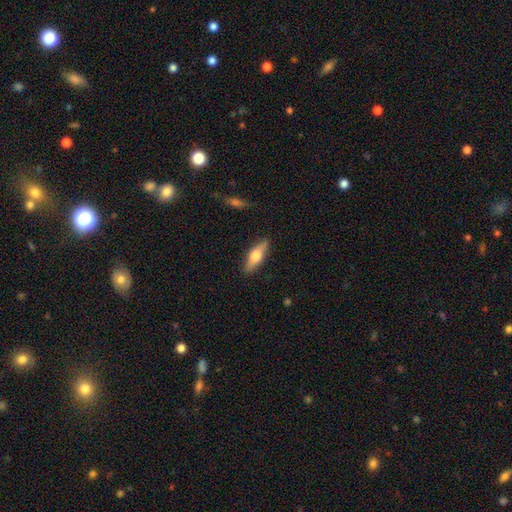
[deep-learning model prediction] This appears to be a smooth galaxy with no disk features (57%) that is in between round and cigar-shaped (54%). Merging: none (88%).